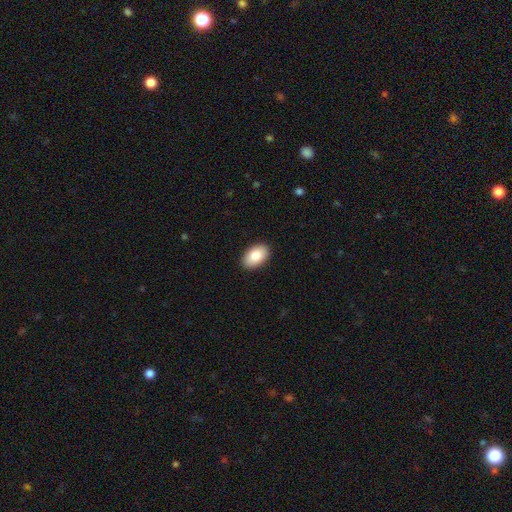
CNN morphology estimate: smooth_or_featured: smooth (p=0.83) [alt: featured or disk p=0.10]
how_rounded: in between (p=0.92) [alt: round p=0.07]
merging: none (p=0.90) [alt: minor disturbance p=0.07]